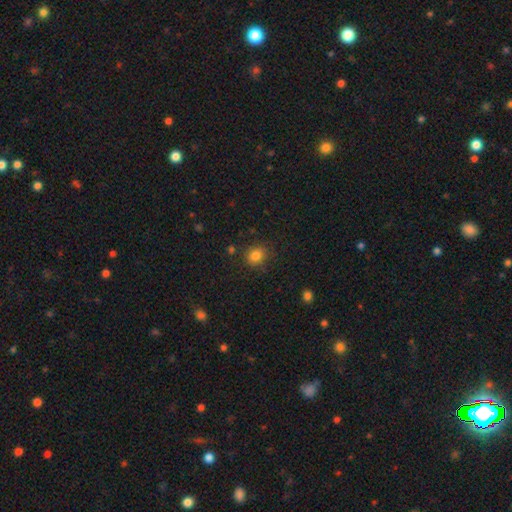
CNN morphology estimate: Q: Smooth or featured?
A: smooth (82%); runner-up: star or artifact (13%)
Q: How rounded?
A: round (79%); runner-up: in between (20%)
Q: Merging?
A: none (83%); runner-up: minor disturbance (11%)